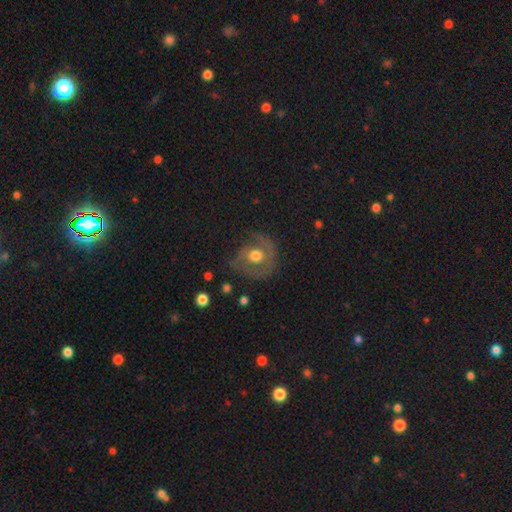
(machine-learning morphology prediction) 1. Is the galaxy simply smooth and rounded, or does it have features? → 53% featured or disk, 39% smooth, 8% star or artifact.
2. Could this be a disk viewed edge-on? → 96% no, 4% yes.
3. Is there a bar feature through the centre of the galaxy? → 86% no, 11% weak, 3% strong.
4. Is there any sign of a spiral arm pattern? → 62% no, 38% yes.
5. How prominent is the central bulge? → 66% moderate, 25% large, 6% small, 2% dominant, 1% none.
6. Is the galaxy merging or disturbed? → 67% none, 19% minor disturbance, 12% major disturbance, 2% merger.